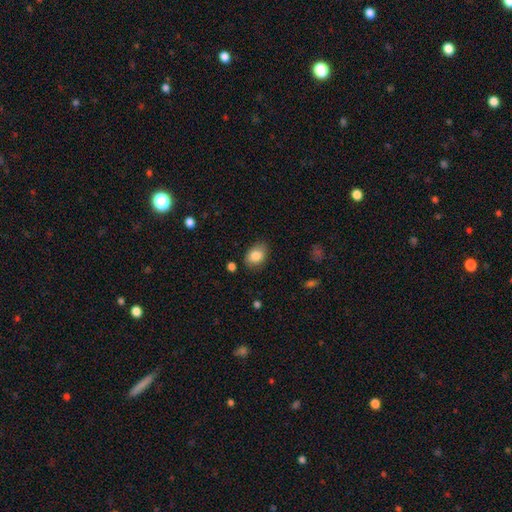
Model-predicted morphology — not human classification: This appears to be a smooth galaxy with no disk features (84%) that is in between round and cigar-shaped (75%). Merging: none (77%).